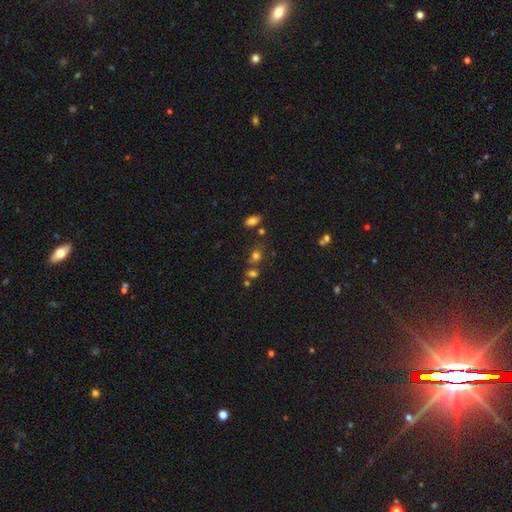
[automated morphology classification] Overall: smooth (67%). How rounded: round (63%; in between 35%). Merging: none (58%; merger 24%).